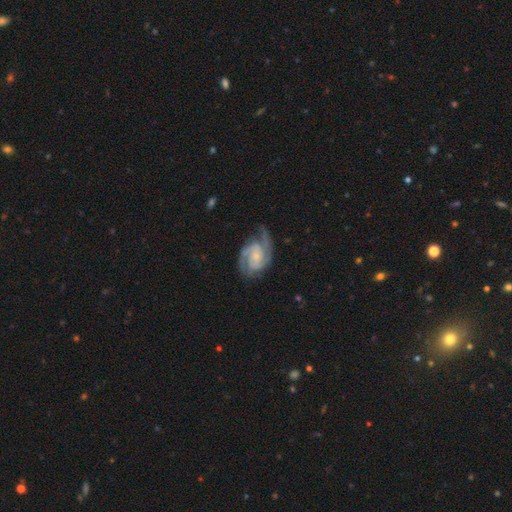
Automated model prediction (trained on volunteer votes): Smooth or featured? featured or disk (89%)
Edge-on disk? no (98%)
Bar? no (56%)
Spiral arms? yes (98%)
Spiral winding? medium (46%)
Spiral arm count? 2 (68%)
Bulge size? small (54%)
Merging? none (69%)